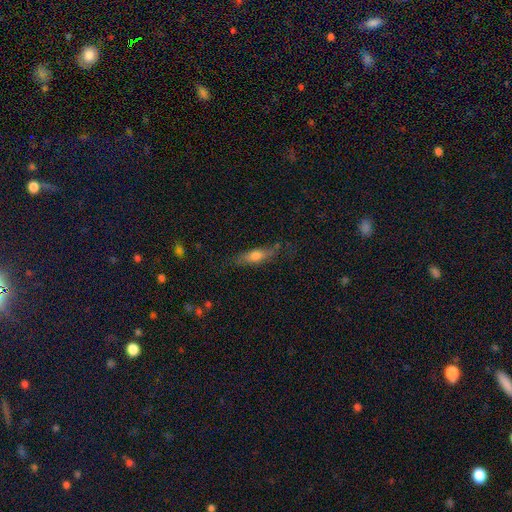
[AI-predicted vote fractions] This appears to be a smooth galaxy with no disk features (54%) that is cigar-shaped (62%). Merging: none (68%).